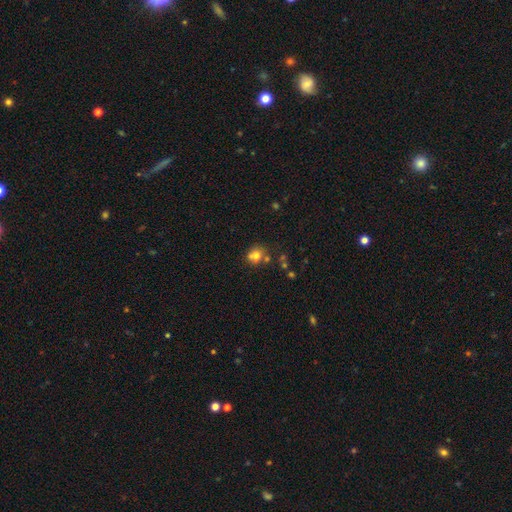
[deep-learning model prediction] This is likely a smooth galaxy (70%). How rounded: likely round (72%). Merging: possibly none (48%).